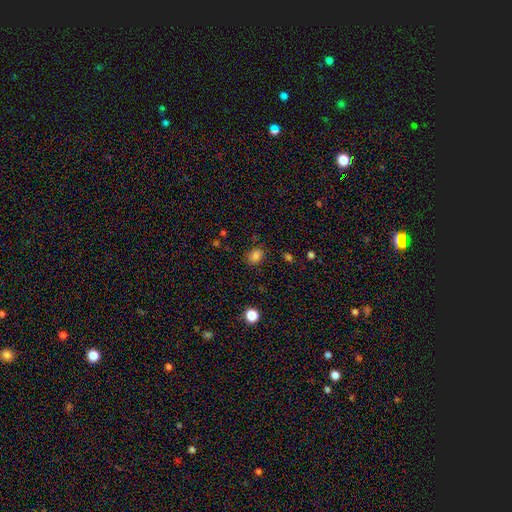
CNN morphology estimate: type=smooth (82%); roundness=in between (52%); merging=none (82%).